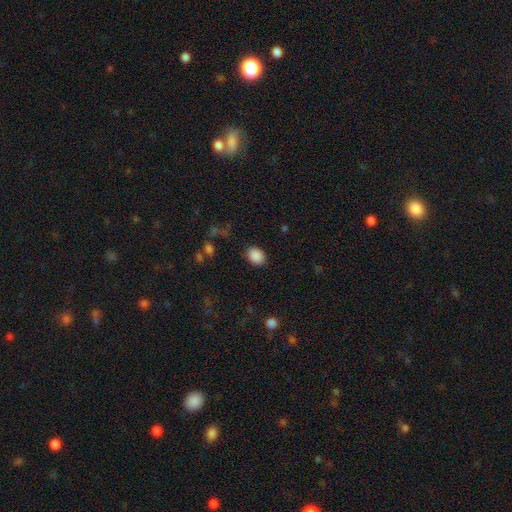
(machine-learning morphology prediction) A smooth galaxy with no disk features (88%) that is in between round and cigar-shaped (54%). Merging: none (86%).